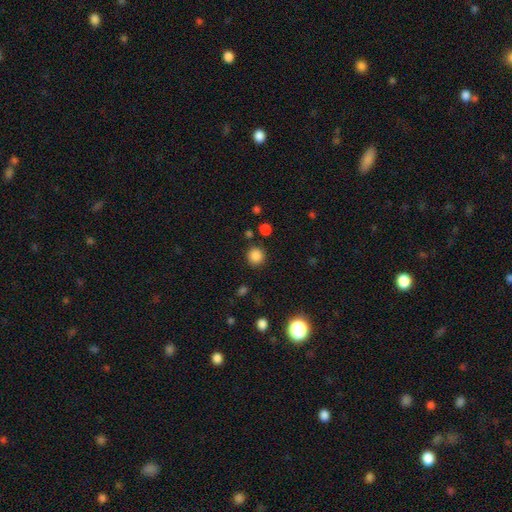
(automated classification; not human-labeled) Overall: smooth (85%). How rounded: round (90%). Merging: none (87%).